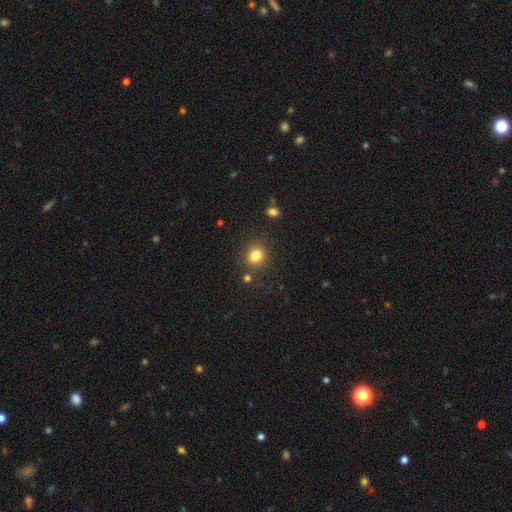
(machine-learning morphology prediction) Q: Smooth or featured?
A: smooth (82%); runner-up: star or artifact (12%)
Q: How rounded?
A: round (82%); runner-up: in between (17%)
Q: Merging?
A: none (84%); runner-up: minor disturbance (8%)